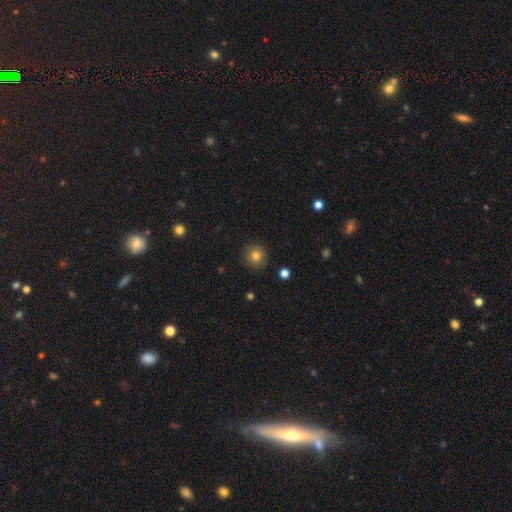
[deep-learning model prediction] Smooth or featured: smooth — 81% (star or artifact — 12%)
How rounded: round — 93% (in between — 6%)
Merging: none — 90% (minor disturbance — 7%)